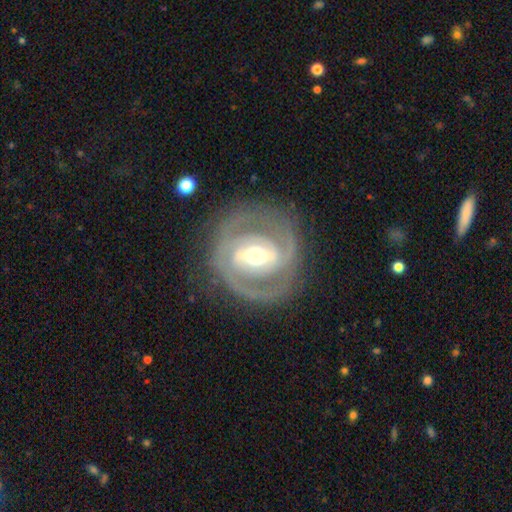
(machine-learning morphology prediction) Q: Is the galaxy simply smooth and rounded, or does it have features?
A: featured or disk — 87%.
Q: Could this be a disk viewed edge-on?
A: no — 97%.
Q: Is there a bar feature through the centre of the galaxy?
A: strong — 54%.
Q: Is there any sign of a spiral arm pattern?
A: yes — 91%.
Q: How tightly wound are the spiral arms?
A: tight — 59%.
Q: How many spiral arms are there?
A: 2 — 76%.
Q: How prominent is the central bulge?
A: moderate — 68%.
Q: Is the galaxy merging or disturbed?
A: none — 79%.